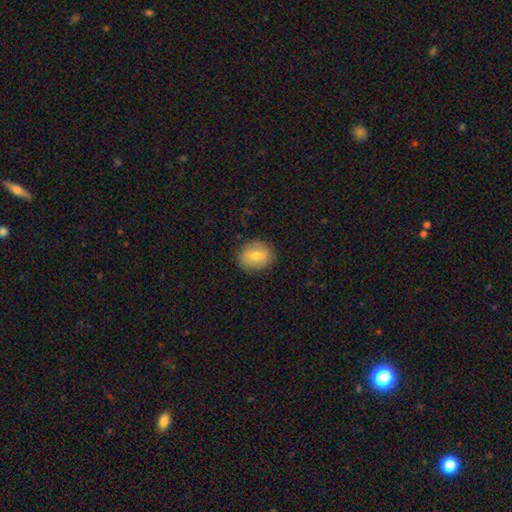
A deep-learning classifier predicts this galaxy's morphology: This appears to be a smooth galaxy with no disk features (65%) that is round (70%). Merging: none (87%).